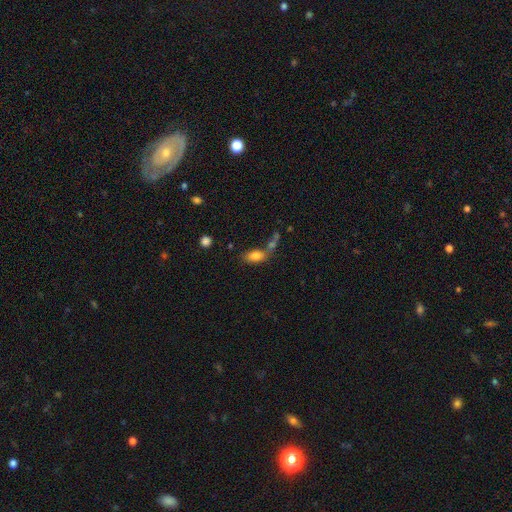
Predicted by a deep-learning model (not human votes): Q: Smooth or featured?
A: smooth (81%); runner-up: featured or disk (10%)
Q: How rounded?
A: in between (88%); runner-up: round (6%)
Q: Merging?
A: none (44%); runner-up: merger (34%)